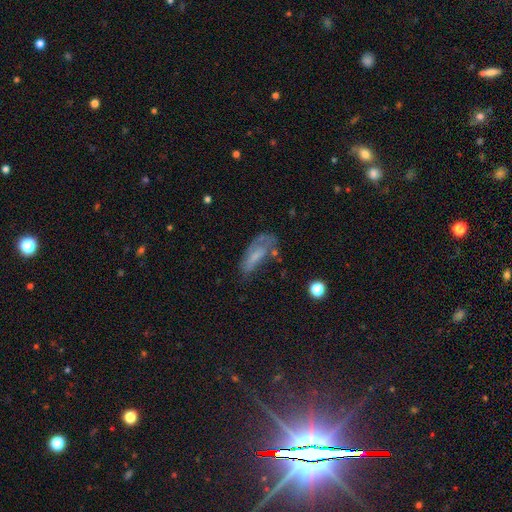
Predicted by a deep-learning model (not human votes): A smooth galaxy with no disk features (51%) that is in between round and cigar-shaped (68%). Merging: none (40%).